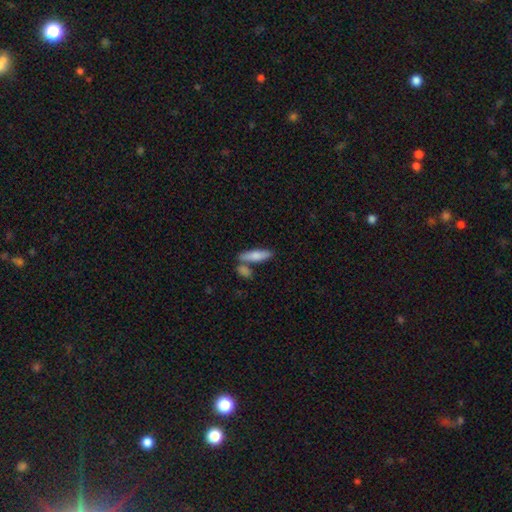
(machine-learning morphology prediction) Smooth or featured: smooth — 75% (featured or disk — 19%)
How rounded: cigar-shaped — 62% (in between — 36%)
Merging: none — 66% (merger — 20%)